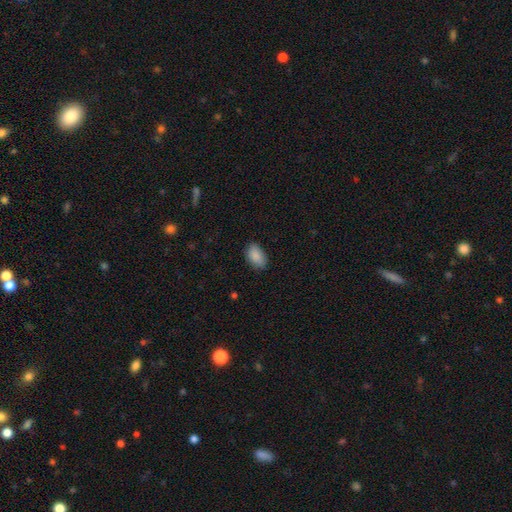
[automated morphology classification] The model was most divided on "merging": none: 80%, minor disturbance: 16%, major disturbance: 3%, merger: 1%. More confident: how rounded — in between (92%); smooth or featured — smooth (89%).